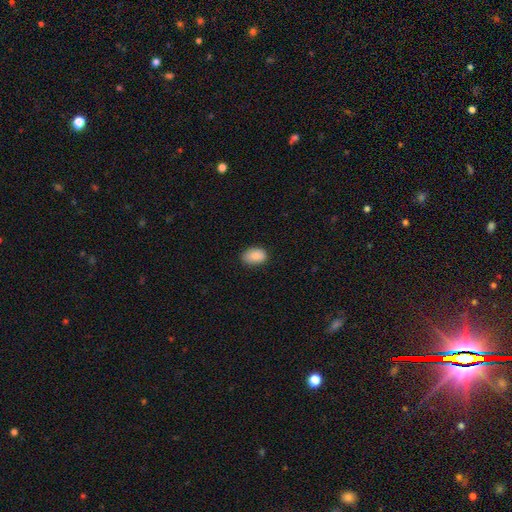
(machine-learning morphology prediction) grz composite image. It shows a smooth galaxy with no disk features (88%) that is in between round and cigar-shaped (84%). Merging: none (79%).